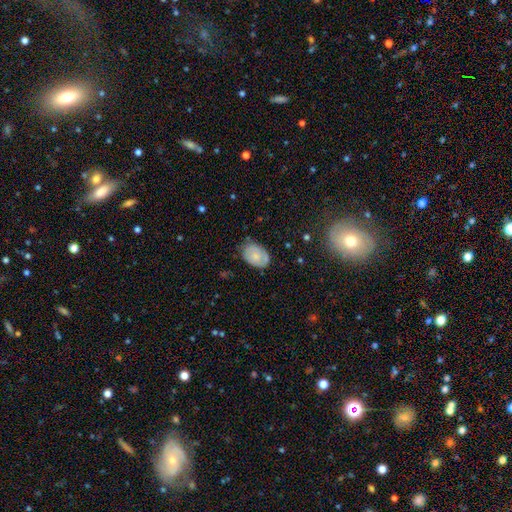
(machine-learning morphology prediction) type=smooth (67%); roundness=in between (83%); merging=none (69%).